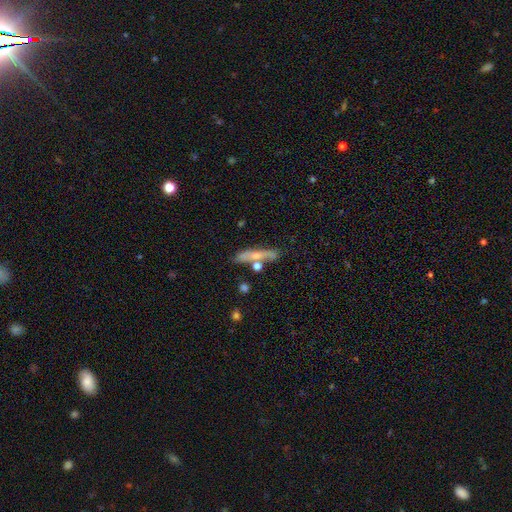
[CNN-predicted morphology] This is possibly a smooth galaxy (52%). How rounded: clearly cigar-shaped (84%). Merging: likely none (66%).